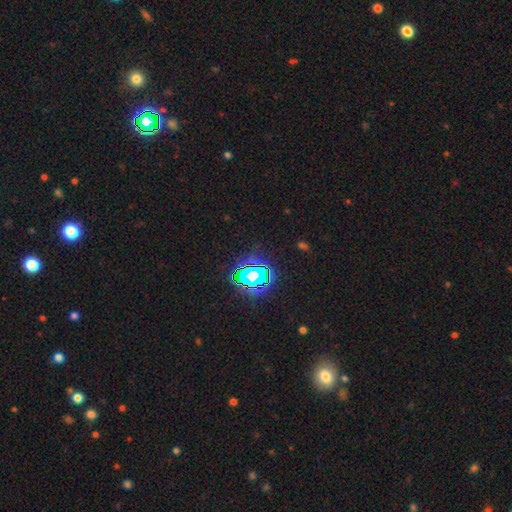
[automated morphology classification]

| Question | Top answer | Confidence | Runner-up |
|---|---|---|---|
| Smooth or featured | star or artifact | 76% | smooth (15%) |